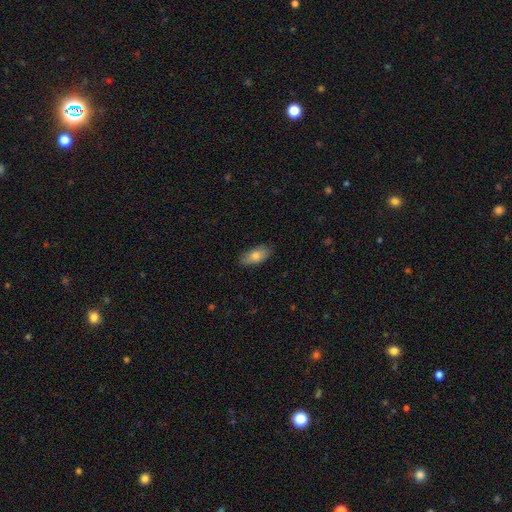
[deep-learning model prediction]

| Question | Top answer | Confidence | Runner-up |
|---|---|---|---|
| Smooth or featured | smooth | 79% | featured or disk (14%) |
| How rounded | in between | 87% | cigar-shaped (10%) |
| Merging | none | 86% | minor disturbance (11%) |